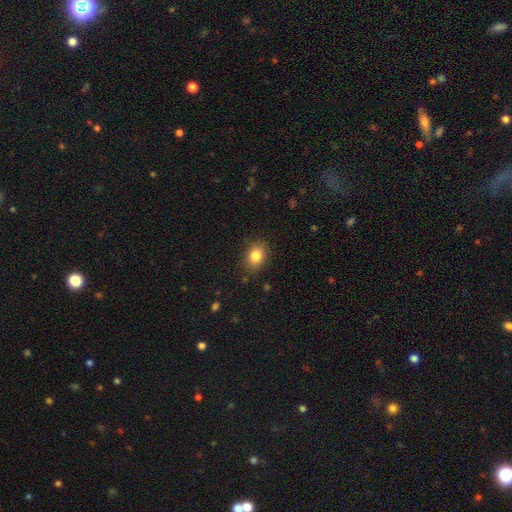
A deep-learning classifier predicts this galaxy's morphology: smooth_or_featured: smooth (p=0.83) [alt: star or artifact p=0.09]
how_rounded: in between (p=0.64) [alt: round p=0.35]
merging: none (p=0.85) [alt: minor disturbance p=0.12]